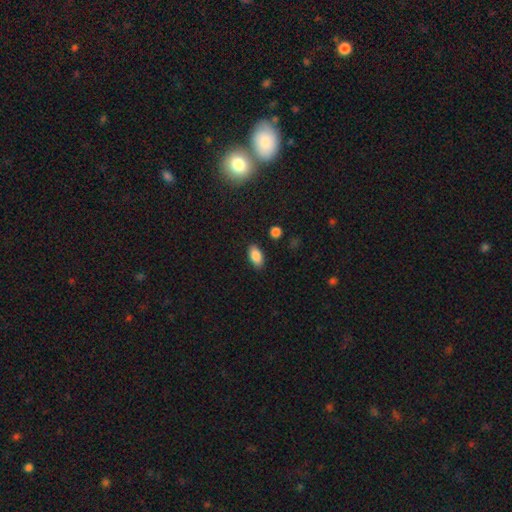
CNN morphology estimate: This is clearly a smooth galaxy (86%). How rounded: clearly in between (91%). Merging: clearly none (87%).